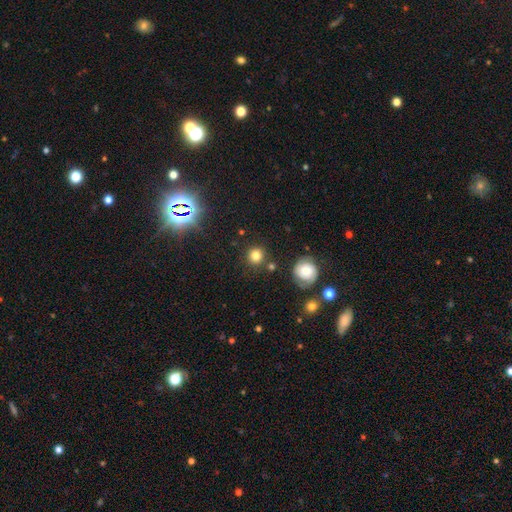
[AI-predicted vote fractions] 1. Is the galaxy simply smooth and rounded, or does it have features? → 81% smooth, 12% star or artifact, 7% featured or disk.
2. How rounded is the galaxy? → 92% round, 7% in between, 1% cigar-shaped.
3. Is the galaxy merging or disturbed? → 85% none, 8% minor disturbance, 4% merger, 3% major disturbance.